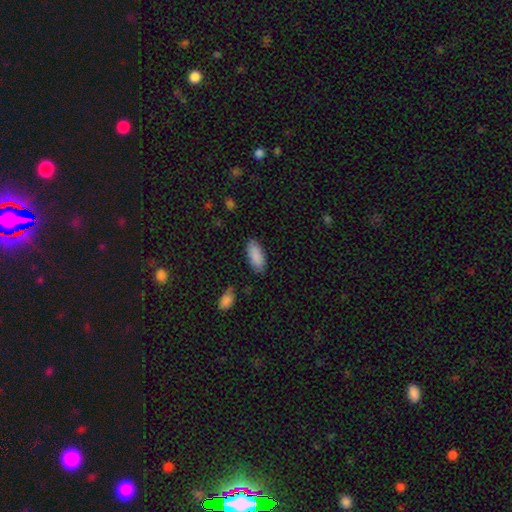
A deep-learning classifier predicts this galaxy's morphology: The model was most divided on "merging": none: 82%, minor disturbance: 13%, major disturbance: 3%, merger: 2%. More confident: smooth or featured — smooth (89%); how rounded — in between (87%).